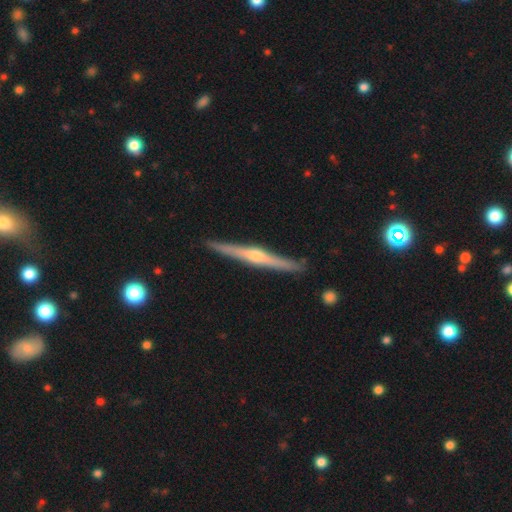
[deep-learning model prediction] smooth_or_featured: featured or disk (p=0.80) [alt: smooth p=0.15]
disk_edge_on: yes (p=0.98) [alt: no p=0.02]
edge_on_bulge: rounded (p=0.84) [alt: none p=0.10]
merging: none (p=0.89) [alt: minor disturbance p=0.08]